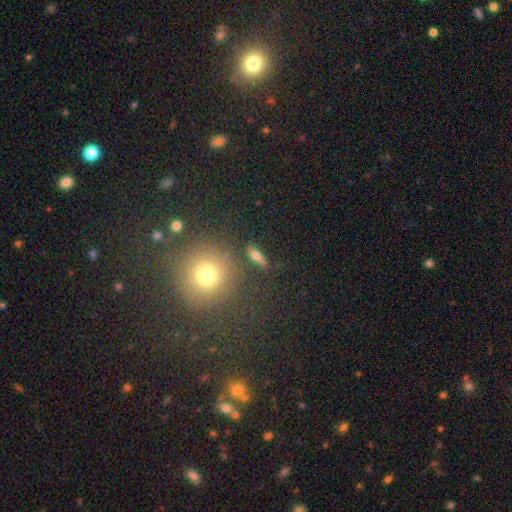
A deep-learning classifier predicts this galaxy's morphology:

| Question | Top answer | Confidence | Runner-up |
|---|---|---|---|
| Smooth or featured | smooth | 59% | featured or disk (26%) |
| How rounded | in between | 42% | tied: cigar-shaped (42%) |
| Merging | none | 80% | minor disturbance (11%) |